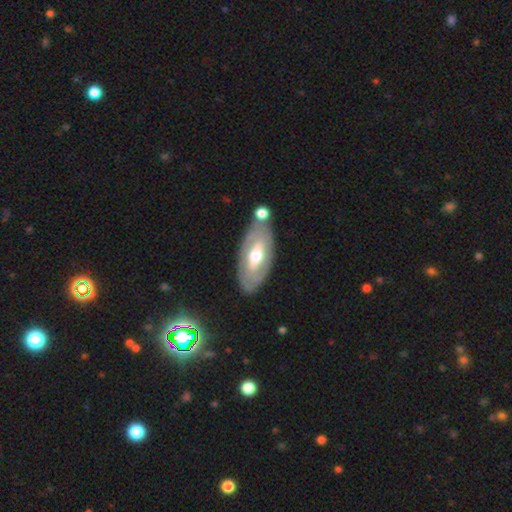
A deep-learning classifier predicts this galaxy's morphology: Smooth or featured? featured or disk (62%)
Edge-on disk? no (85%)
Bar? no (47%)
Spiral arms? no (67%)
Bulge size? moderate (71%)
Merging? none (67%)